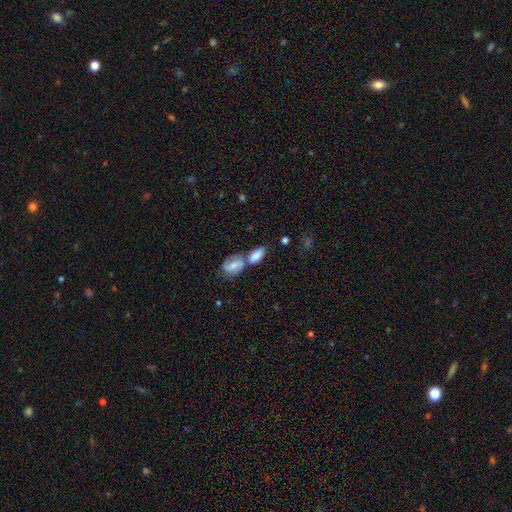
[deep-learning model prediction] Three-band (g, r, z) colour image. It shows a smooth galaxy with no disk features (75%) that is in between round and cigar-shaped (87%). Merging: merger (44%).